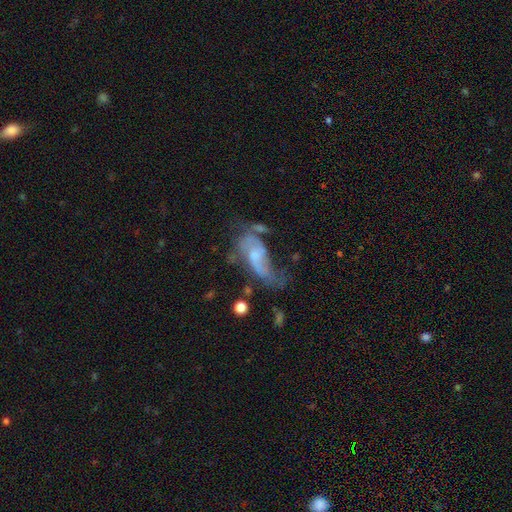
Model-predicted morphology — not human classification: The model was most divided on "bulge size": small: 42%, moderate: 29%, none: 22%, large: 5%, dominant: 2%. Remaining: edge-on disk — no (91%); bar — no (66%); spiral arms — yes (64%); smooth or featured — featured or disk (59%); merging — major disturbance (40%).